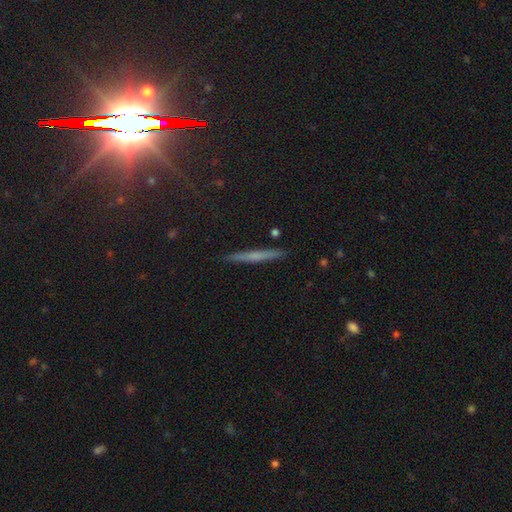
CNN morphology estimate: Smooth or featured: smooth — 45% (tied with featured or disk — 45%)
Merging: none — 91% (minor disturbance — 7%)